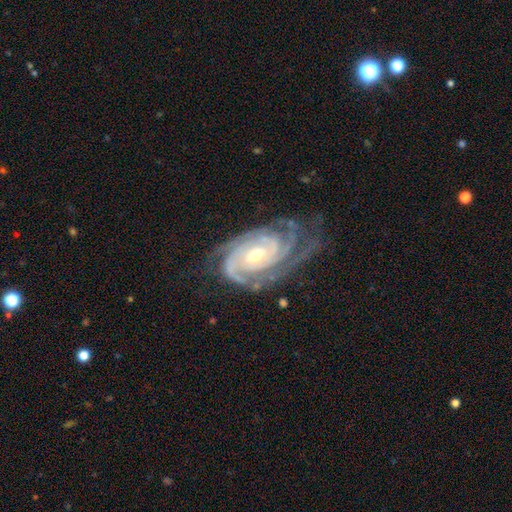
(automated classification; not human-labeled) Smooth or featured?
  - featured or disk: 93% *
  - star or artifact: 4%
  - smooth: 3%
Edge-on disk?
  - no: 97% *
  - yes: 3%
Bar?
  - no: 57% *
  - weak: 30%
  - strong: 14%
Spiral arms?
  - yes: 99% *
  - no: 1%
Spiral winding?
  - tight: 76% *
  - medium: 22%
  - loose: 3%
Spiral arm count?
  - 3: 36% *
  - 2: 21%
  - 4: 18%
  - can't tell: 13%
  - more than 4: 6%
  - 1: 6%
Bulge size?
  - moderate: 58% *
  - small: 38%
  - large: 3%
  - none: 1%
  - dominant: 1%
Merging?
  - none: 66% *
  - minor disturbance: 22%
  - major disturbance: 10%
  - merger: 1%